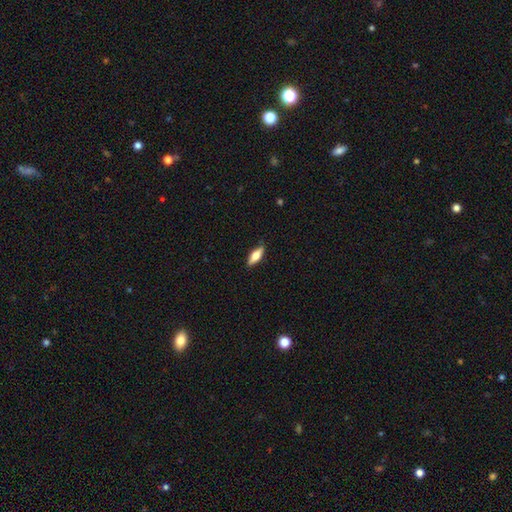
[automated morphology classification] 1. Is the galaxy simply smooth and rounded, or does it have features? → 63% smooth, 31% featured or disk, 6% star or artifact.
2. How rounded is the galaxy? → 62% in between, 35% cigar-shaped, 2% round.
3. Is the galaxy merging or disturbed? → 85% none, 12% minor disturbance, 2% major disturbance, 1% merger.